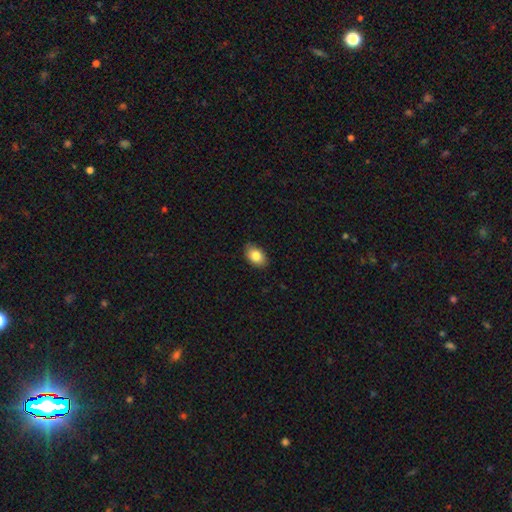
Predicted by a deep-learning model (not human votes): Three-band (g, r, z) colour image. It shows a smooth galaxy with no disk features (84%) that is in between round and cigar-shaped (87%). Merging: none (86%).